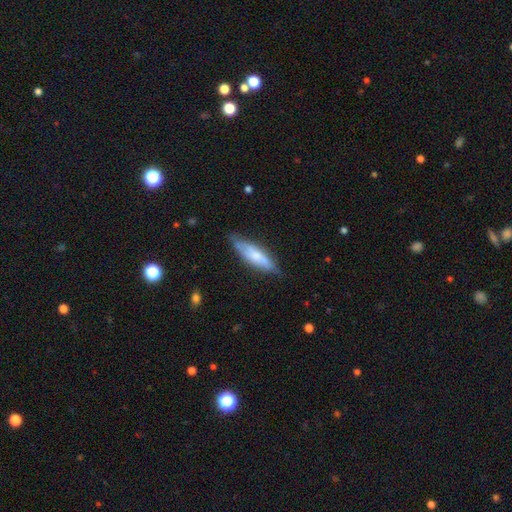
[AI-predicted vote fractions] Smooth or featured: smooth — 50% (featured or disk — 43%)
How rounded: cigar-shaped — 58% (in between — 40%)
Merging: none — 67% (minor disturbance — 25%)